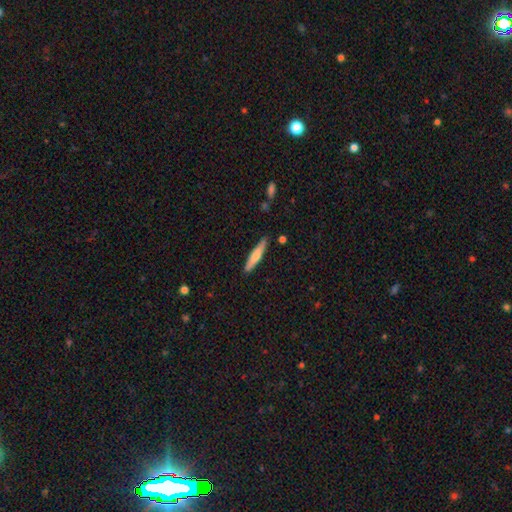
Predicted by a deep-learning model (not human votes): This appears to be a smooth galaxy with no disk features (60%) that is cigar-shaped (89%). Merging: none (86%).